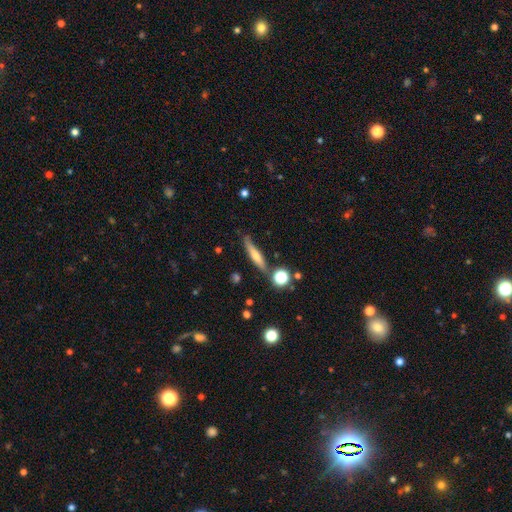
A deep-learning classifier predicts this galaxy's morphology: type=smooth (46%); merging=none (75%).